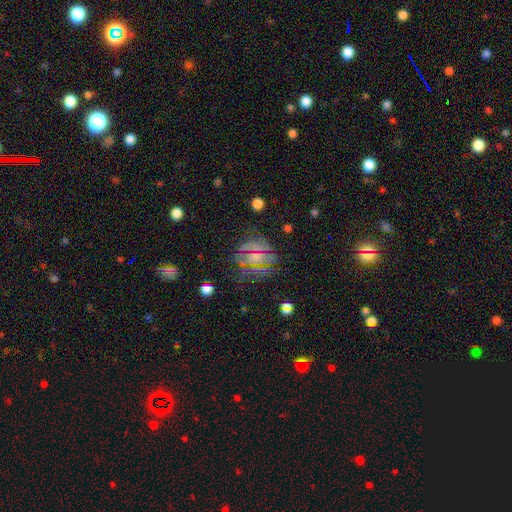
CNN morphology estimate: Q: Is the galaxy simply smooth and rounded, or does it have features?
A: featured or disk — 37%.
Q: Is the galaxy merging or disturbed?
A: none — 71%.